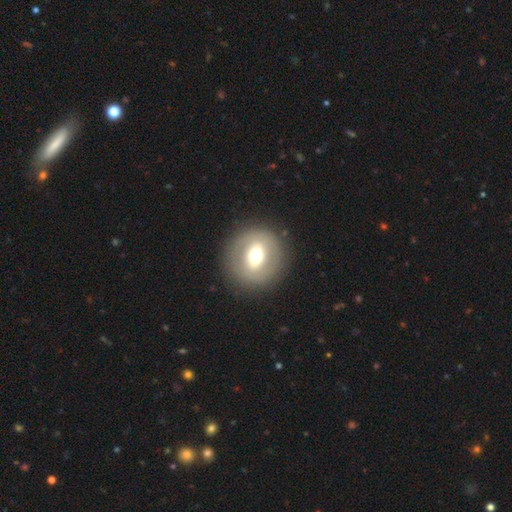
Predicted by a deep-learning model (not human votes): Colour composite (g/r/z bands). It shows a smooth galaxy with no disk features (49%). Merging: none (87%).